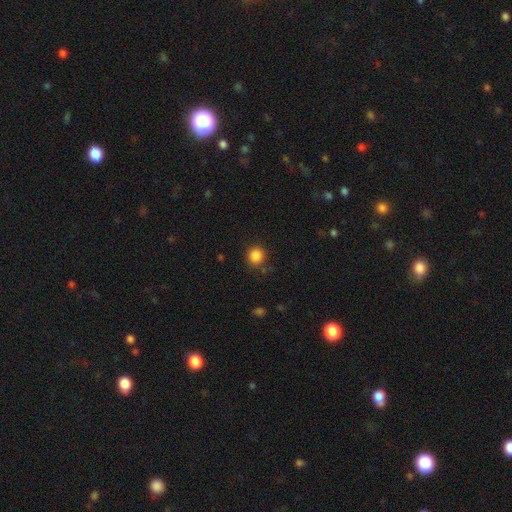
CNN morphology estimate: This is clearly a smooth galaxy (86%). How rounded: clearly round (91%). Merging: clearly none (86%).